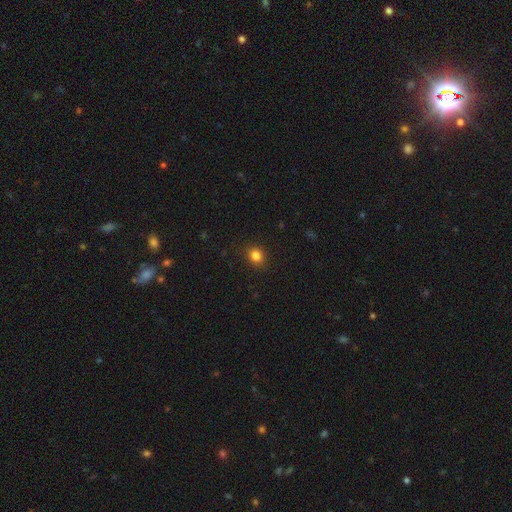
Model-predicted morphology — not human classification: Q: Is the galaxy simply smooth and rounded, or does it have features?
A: smooth — 83%.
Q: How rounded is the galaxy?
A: round — 71%.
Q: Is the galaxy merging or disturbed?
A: none — 89%.